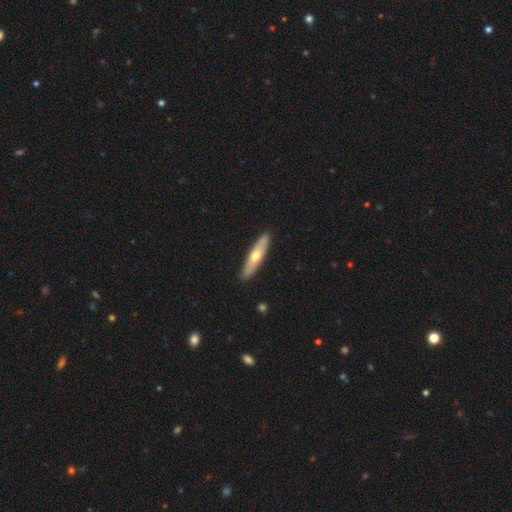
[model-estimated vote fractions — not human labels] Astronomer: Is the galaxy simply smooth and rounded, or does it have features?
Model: smooth — 49% (runner-up: featured or disk, 46%).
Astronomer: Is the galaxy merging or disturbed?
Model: none — 91%.